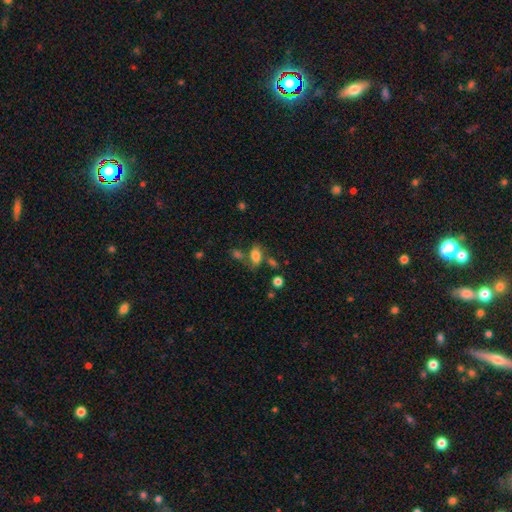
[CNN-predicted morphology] A smooth galaxy with no disk features (78%) that is in between round and cigar-shaped (86%).

Vote fractions:
- Smooth or featured? smooth: 78% / star or artifact: 11% / featured or disk: 11%
- How rounded? in between: 86% / round: 10% / cigar-shaped: 3%
- Merging? none: 56% / merger: 18% / minor disturbance: 18% / major disturbance: 8%